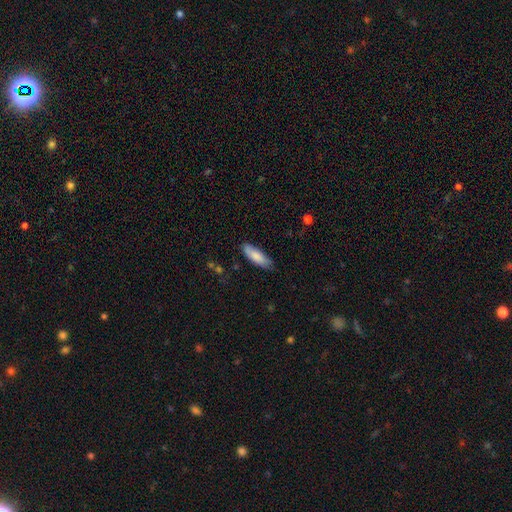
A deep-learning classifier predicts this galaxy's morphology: Smooth or featured: smooth — 83% (featured or disk — 11%)
How rounded: in between — 56% (cigar-shaped — 43%)
Merging: none — 79% (minor disturbance — 17%)